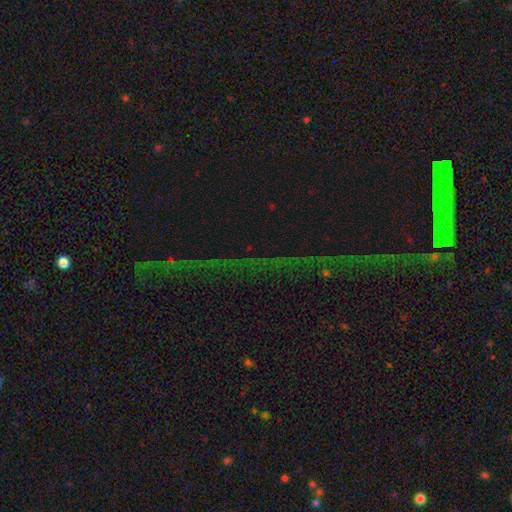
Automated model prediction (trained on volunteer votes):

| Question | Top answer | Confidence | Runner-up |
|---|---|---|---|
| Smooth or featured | star or artifact | 77% | featured or disk (14%) |